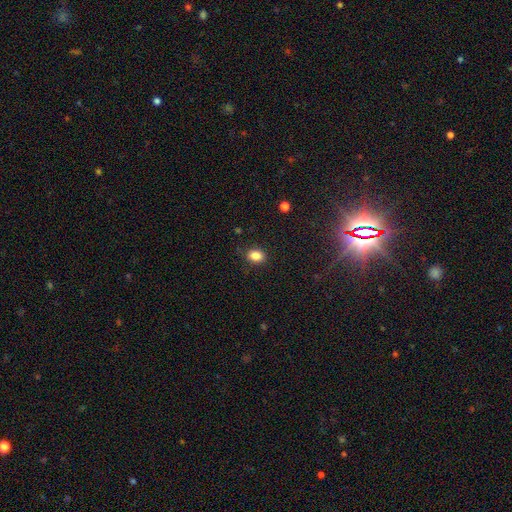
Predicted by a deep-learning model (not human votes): This appears to be a smooth galaxy with no disk features (85%) that is in between round and cigar-shaped (54%). Merging: none (85%).